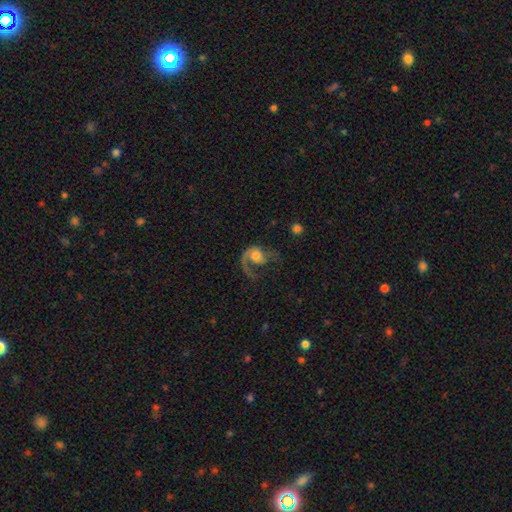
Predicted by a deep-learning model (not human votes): A featured or disk galaxy (74%) with no bar (71%), 1 (75%) loose (51%) spiral arms (91%) and a moderate central bulge (48%). Merging: major disturbance (48%).